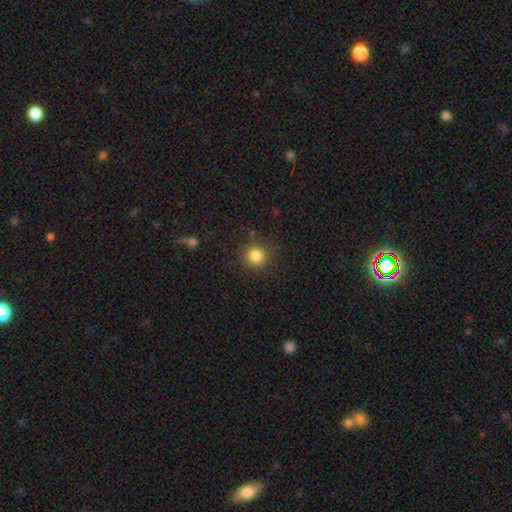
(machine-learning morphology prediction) type=smooth (84%); roundness=round (93%); merging=none (87%).